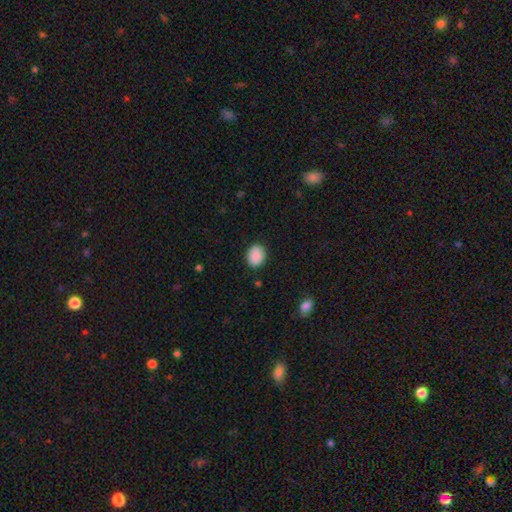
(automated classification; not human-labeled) A smooth galaxy with no disk features (89%) that is in between round and cigar-shaped (58%). Merging: none (87%).